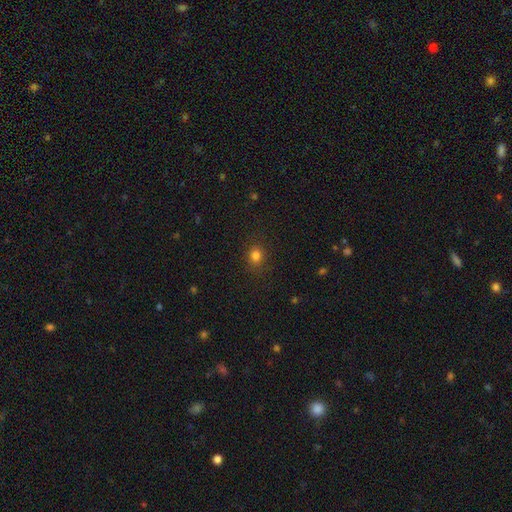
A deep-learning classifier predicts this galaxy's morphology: smooth_or_featured: smooth (p=0.81) [alt: star or artifact p=0.14]
how_rounded: round (p=0.72) [alt: in between p=0.27]
merging: none (p=0.86) [alt: minor disturbance p=0.10]